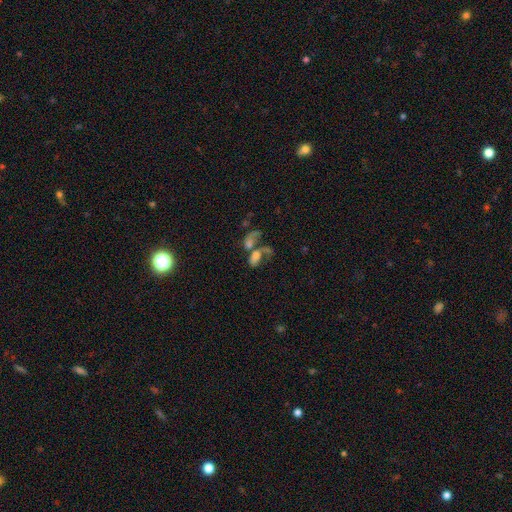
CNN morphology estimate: smooth_or_featured: smooth (p=0.47) [alt: featured or disk p=0.39]
merging: merger (p=0.64) [alt: major disturbance p=0.18]